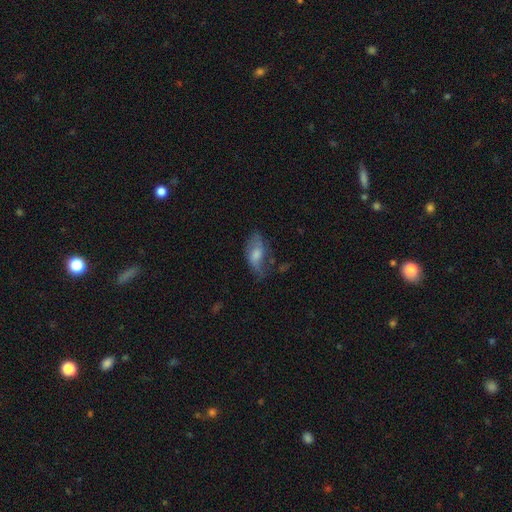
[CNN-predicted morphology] smooth_or_featured: featured or disk (p=0.47) [alt: smooth p=0.43]
merging: none (p=0.50) [alt: minor disturbance p=0.29]